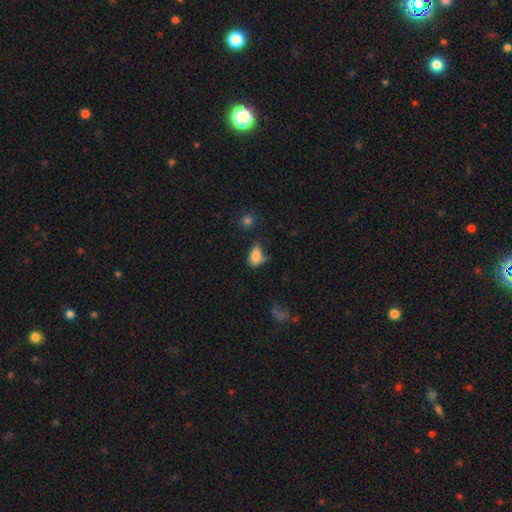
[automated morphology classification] Smooth or featured? Predicted: smooth (p=0.80). How rounded? Predicted: in between (p=0.88). Merging? Predicted: none (p=0.41).